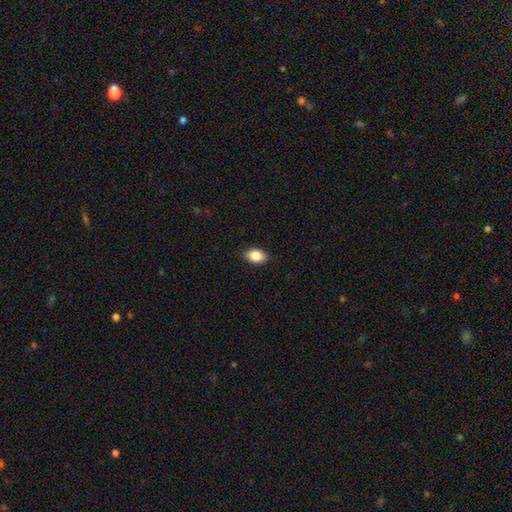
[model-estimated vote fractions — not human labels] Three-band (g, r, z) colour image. It shows a smooth galaxy with no disk features (86%) that is in between round and cigar-shaped (86%). Merging: none (88%).